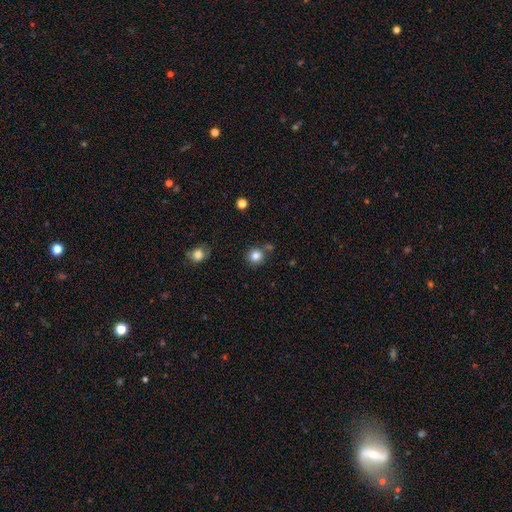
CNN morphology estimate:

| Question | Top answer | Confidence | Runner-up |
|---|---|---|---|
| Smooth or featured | smooth | 83% | star or artifact (11%) |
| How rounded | round | 90% | in between (9%) |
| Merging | none | 75% | minor disturbance (13%) |